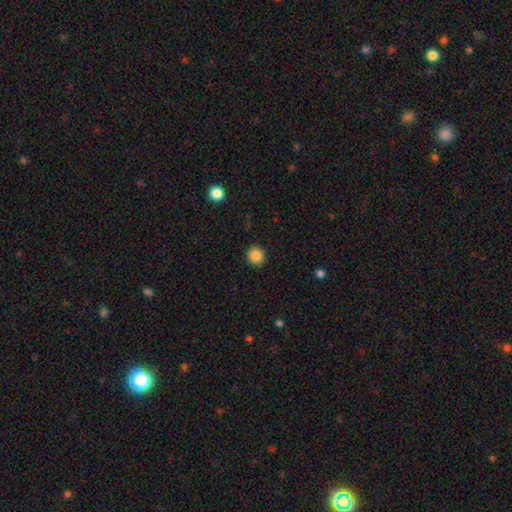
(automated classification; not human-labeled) The model was most divided on "smooth or featured": smooth: 86%, star or artifact: 10%, featured or disk: 5%. More confident: merging — none (92%); how rounded — round (92%).